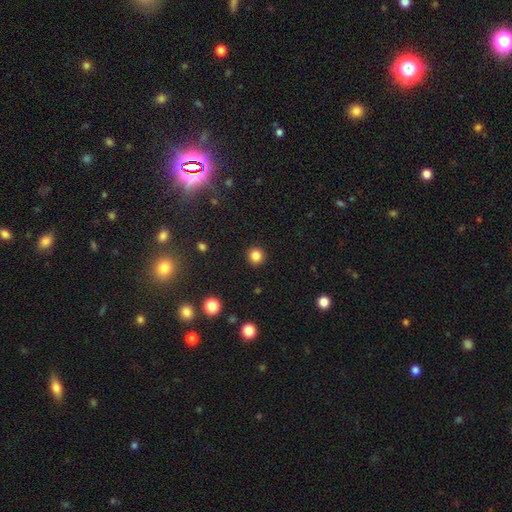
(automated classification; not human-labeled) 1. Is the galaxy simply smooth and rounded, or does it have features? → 84% smooth, 12% star or artifact, 4% featured or disk.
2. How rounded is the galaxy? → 94% round, 6% in between, 1% cigar-shaped.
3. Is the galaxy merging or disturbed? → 92% none, 5% minor disturbance, 2% major disturbance, 1% merger.